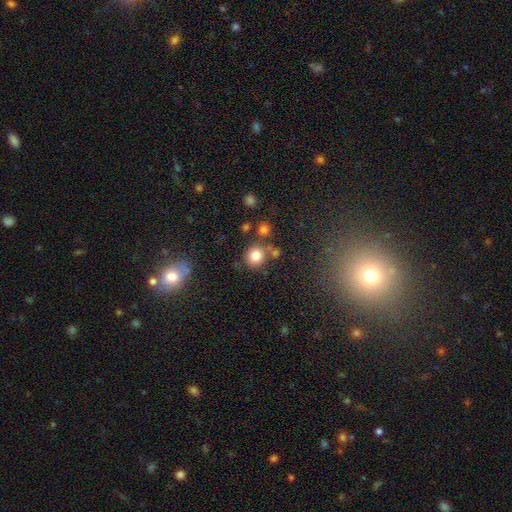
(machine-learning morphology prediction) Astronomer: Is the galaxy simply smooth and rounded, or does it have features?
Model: smooth — 81%.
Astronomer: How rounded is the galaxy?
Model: round — 87%.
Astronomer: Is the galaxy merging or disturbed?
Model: none — 69%.